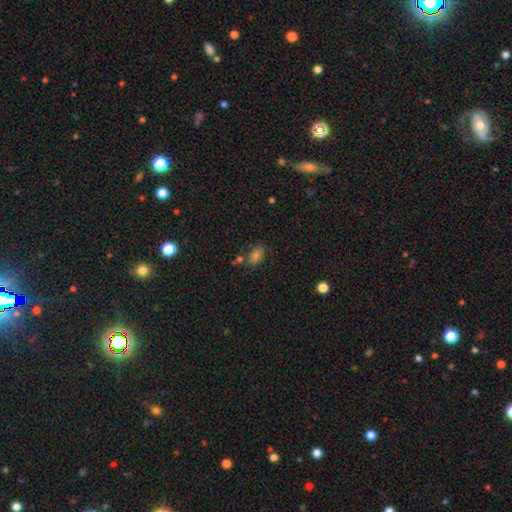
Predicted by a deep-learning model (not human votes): Smooth or featured: smooth — 63% (star or artifact — 26%)
How rounded: in between — 78% (round — 18%)
Merging: none — 73% (minor disturbance — 13%)